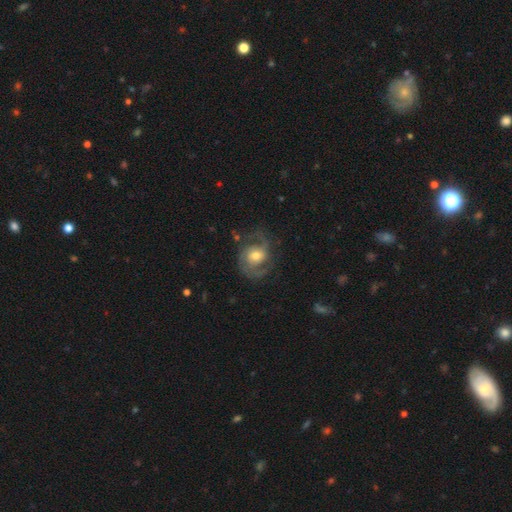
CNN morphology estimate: A featured or disk galaxy (80%) with no bar (62%), 2 (74%) medium (51%) spiral arms (93%) and a moderate central bulge (67%). Merging: none (65%).